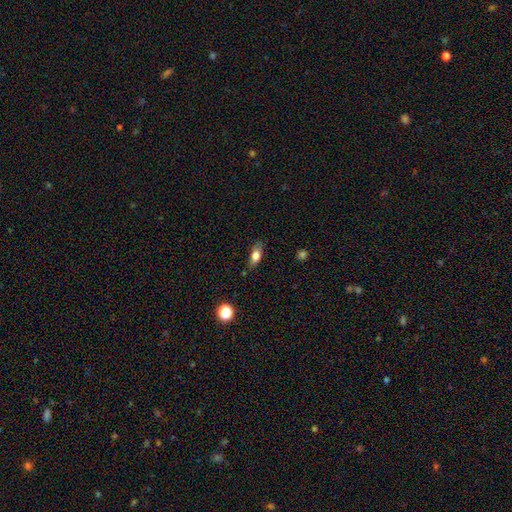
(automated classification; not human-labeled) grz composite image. It shows a smooth galaxy with no disk features (74%) that is in between round and cigar-shaped (75%). Merging: none (77%).